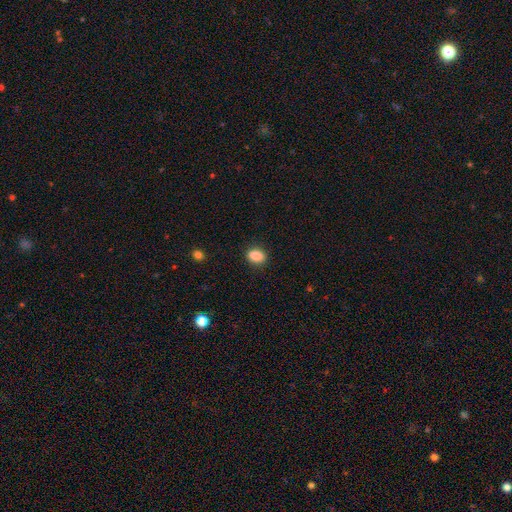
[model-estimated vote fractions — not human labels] Q: Smooth or featured?
A: smooth (87%); runner-up: star or artifact (9%)
Q: How rounded?
A: in between (73%); runner-up: round (25%)
Q: Merging?
A: none (87%); runner-up: minor disturbance (9%)